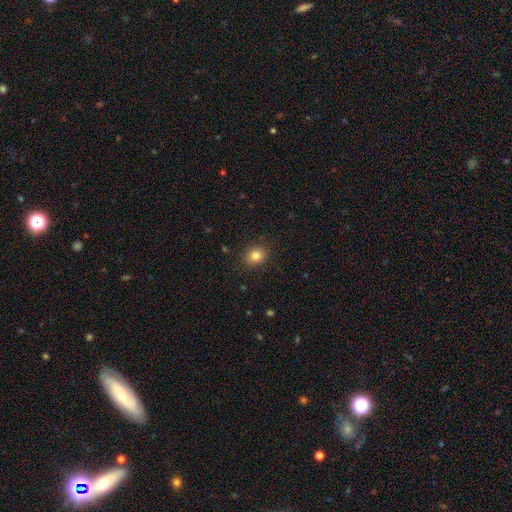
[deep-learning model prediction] Smooth or featured?
  - smooth: 83% *
  - star or artifact: 11%
  - featured or disk: 6%
How rounded?
  - round: 65% *
  - in between: 34%
  - cigar-shaped: 1%
Merging?
  - none: 88% *
  - minor disturbance: 9%
  - major disturbance: 2%
  - merger: 1%